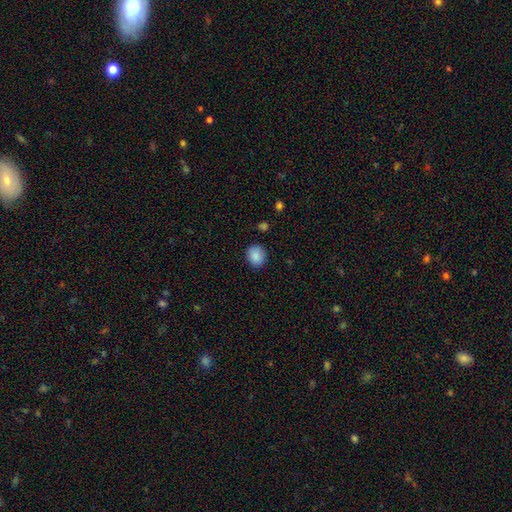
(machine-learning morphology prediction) smooth 88%, star or artifact 8%, featured or disk 3%. Down the decision tree: how rounded — round (61%); merging — none (87%).